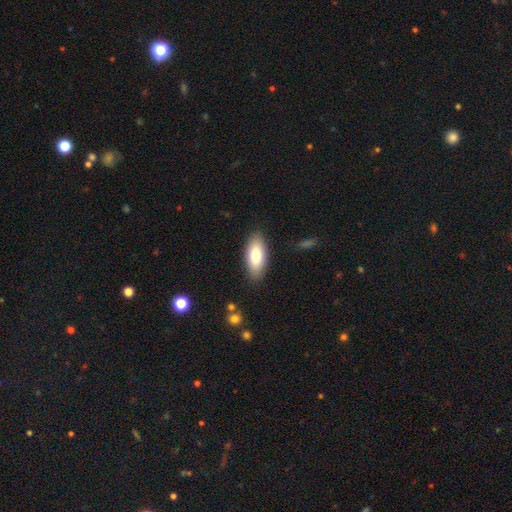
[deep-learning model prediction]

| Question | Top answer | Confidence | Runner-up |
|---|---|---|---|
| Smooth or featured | smooth | 79% | featured or disk (15%) |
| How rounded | in between | 85% | cigar-shaped (12%) |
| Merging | none | 87% | minor disturbance (10%) |